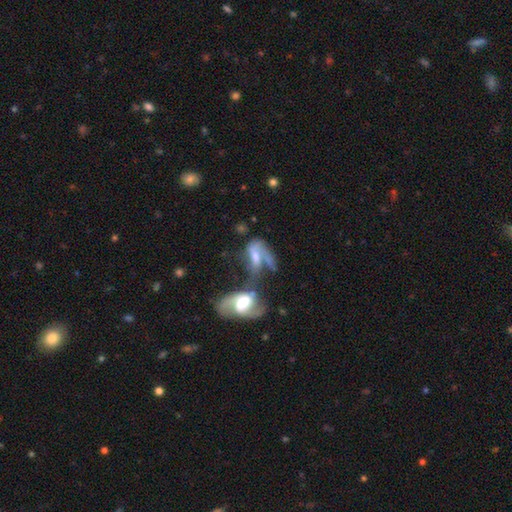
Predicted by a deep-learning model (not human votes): Overall: featured or disk (62%; smooth 29%). Edge-on disk: no (92%). Bar: no (42%; weak 39%). Spiral arms: yes (73%). Bulge size: moderate (55%; small 21%). Merging: merger (61%).